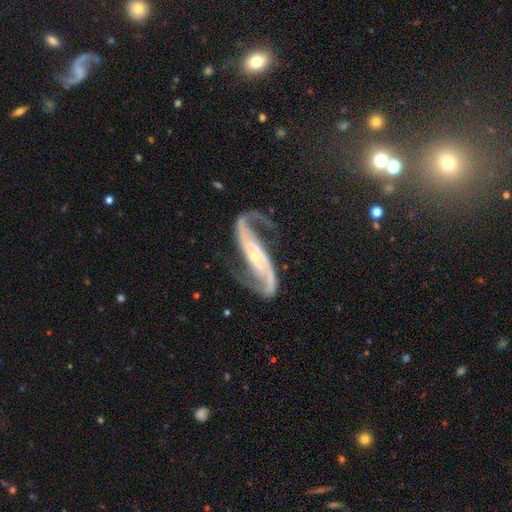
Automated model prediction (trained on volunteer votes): Overall: featured or disk (92%). Edge-on disk: no (94%). Bar: no (40%; strong 34%). Spiral arms: yes (98%). Spiral arm count: 2 (93%). Spiral winding: loose (45%; medium 42%). Bulge size: small (75%). Merging: none (70%).